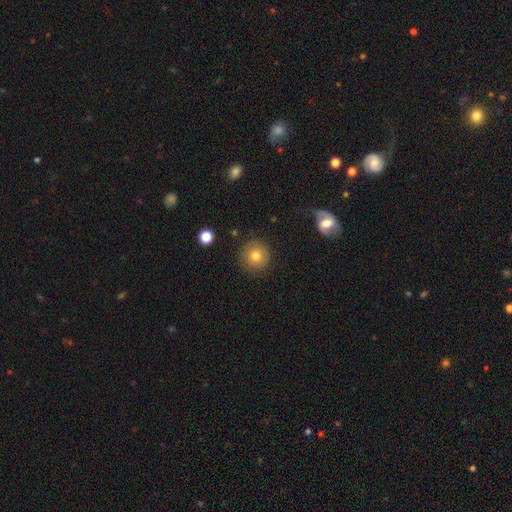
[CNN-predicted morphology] This is likely a smooth galaxy (77%). How rounded: clearly round (94%). Merging: clearly none (87%).